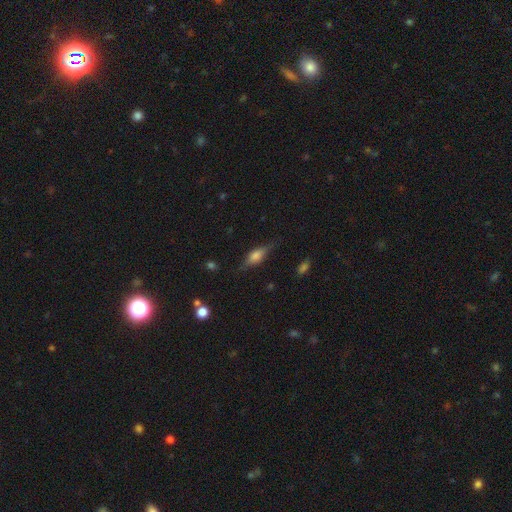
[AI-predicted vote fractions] Overall: featured or disk (50%; smooth 41%). Merging: none (75%).